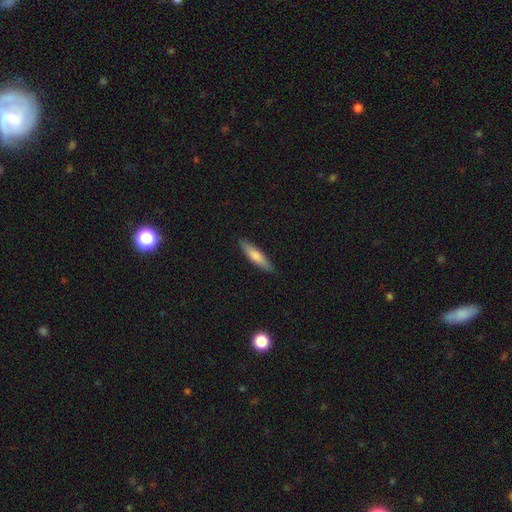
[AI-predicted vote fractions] Overall: smooth (74%). How rounded: cigar-shaped (78%). Merging: none (88%).